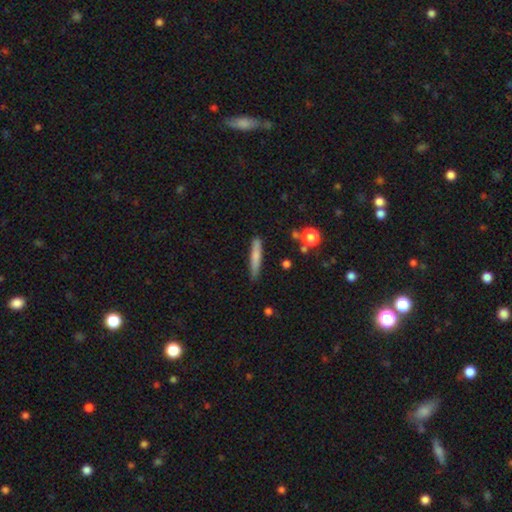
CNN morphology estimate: smooth 71%, featured or disk 21%, star or artifact 7%. Down the decision tree: how rounded — cigar-shaped (92%); merging — none (82%).